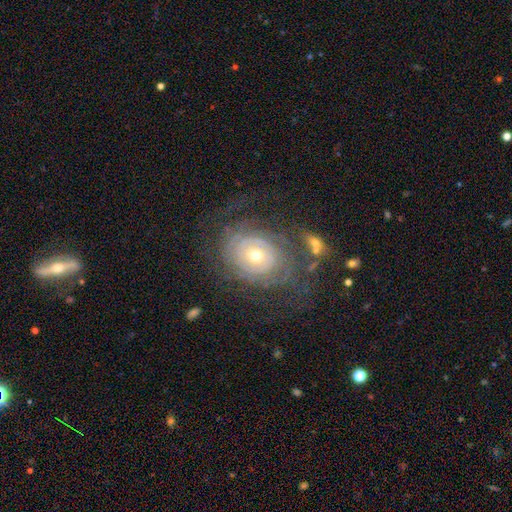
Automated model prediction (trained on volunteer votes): A featured or disk galaxy (78%) with no bar (81%), tight (76%) spiral arms (84%) and a moderate central bulge (51%). Merging: none (64%).